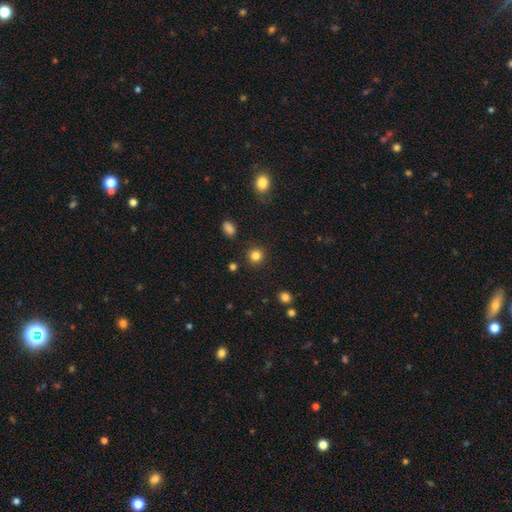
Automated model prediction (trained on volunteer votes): A smooth galaxy with no disk features (84%) that is round (92%).

Vote fractions:
- Smooth or featured? smooth: 84% / star or artifact: 12% / featured or disk: 4%
- How rounded? round: 92% / in between: 7% / cigar-shaped: 1%
- Merging? none: 90% / minor disturbance: 6% / major disturbance: 2% / merger: 2%